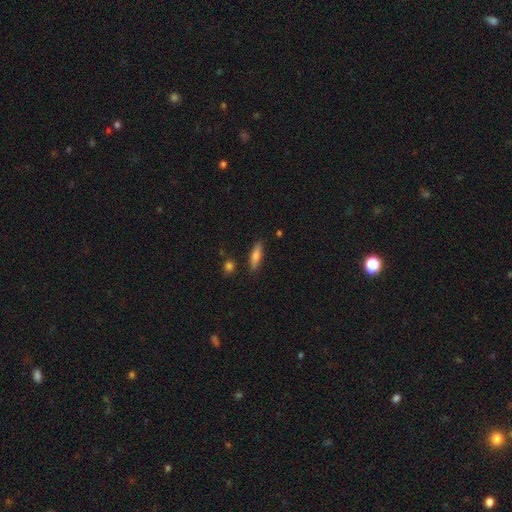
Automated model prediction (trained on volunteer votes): smooth-or-featured: smooth: 71% | featured or disk: 22% | star or artifact: 7%
  how-rounded: cigar-shaped: 64% | in between: 34% | round: 2%
  merging: none: 86% | minor disturbance: 10% | merger: 2% | major disturbance: 2%